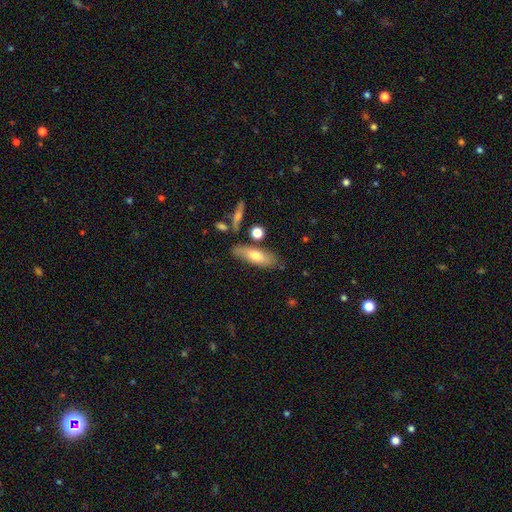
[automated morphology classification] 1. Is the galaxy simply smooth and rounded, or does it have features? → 64% smooth, 30% featured or disk, 7% star or artifact.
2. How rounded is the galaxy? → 60% in between, 37% cigar-shaped, 3% round.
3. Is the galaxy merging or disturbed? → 70% none, 18% minor disturbance, 8% merger, 5% major disturbance.